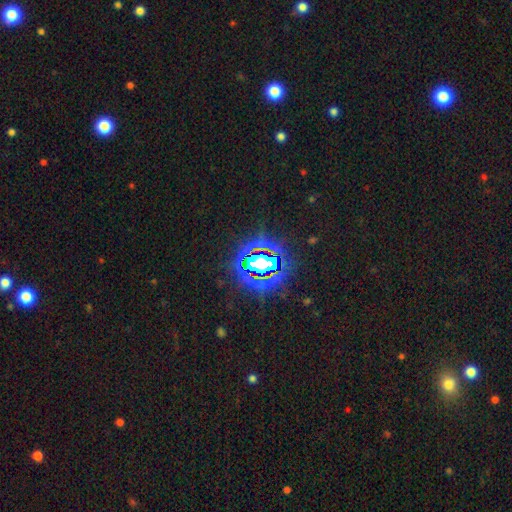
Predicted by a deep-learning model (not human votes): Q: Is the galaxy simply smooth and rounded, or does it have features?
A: star or artifact — 81%.